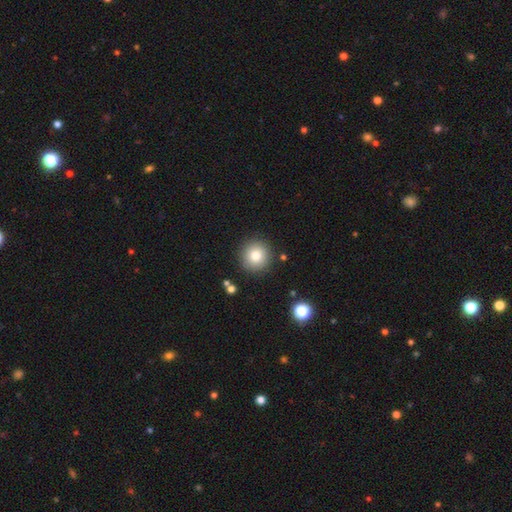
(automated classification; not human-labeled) This is clearly a smooth galaxy (81%). How rounded: clearly round (94%). Merging: clearly none (89%).